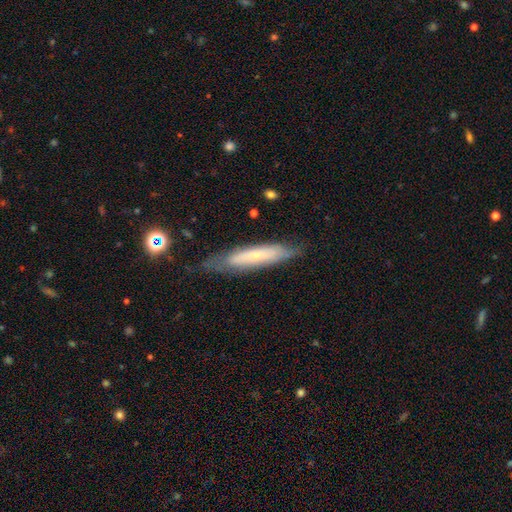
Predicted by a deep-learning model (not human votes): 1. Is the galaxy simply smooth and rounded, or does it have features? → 46% featured or disk (tied), 46% smooth (tied), 7% star or artifact.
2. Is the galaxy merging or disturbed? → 70% none, 22% minor disturbance, 6% major disturbance, 2% merger.